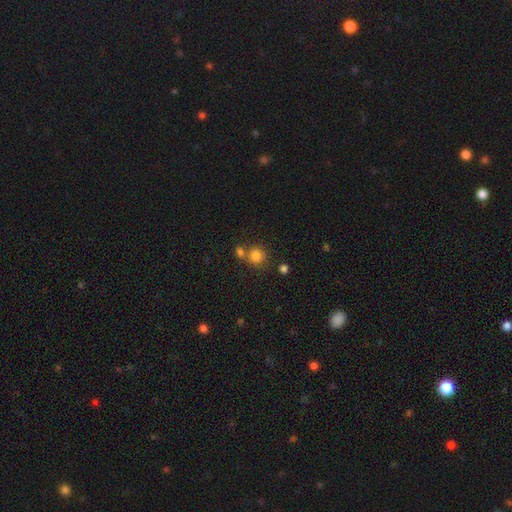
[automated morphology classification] This is clearly a smooth galaxy (81%). How rounded: clearly round (89%). Merging: likely none (61%).